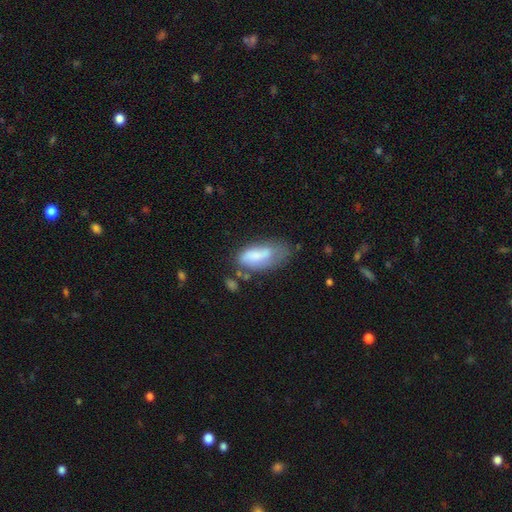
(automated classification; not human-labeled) The model was most divided on "merging": none: 36%, minor disturbance: 33%, major disturbance: 22%, merger: 9%. More confident: how rounded — in between (83%); smooth or featured — smooth (69%).